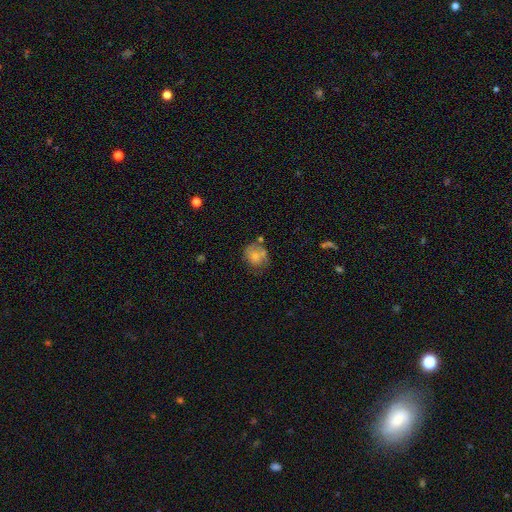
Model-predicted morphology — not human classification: Smooth or featured? smooth (68%)
How rounded? round (75%)
Merging? none (55%)